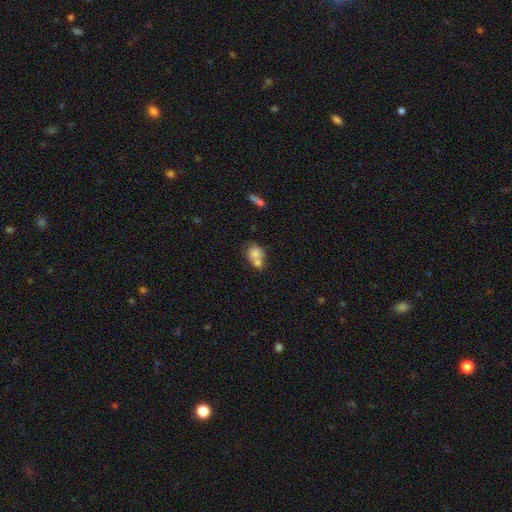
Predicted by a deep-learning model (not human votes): This is likely a smooth galaxy (75%). How rounded: likely round (60%). Merging: possibly merger (60%).